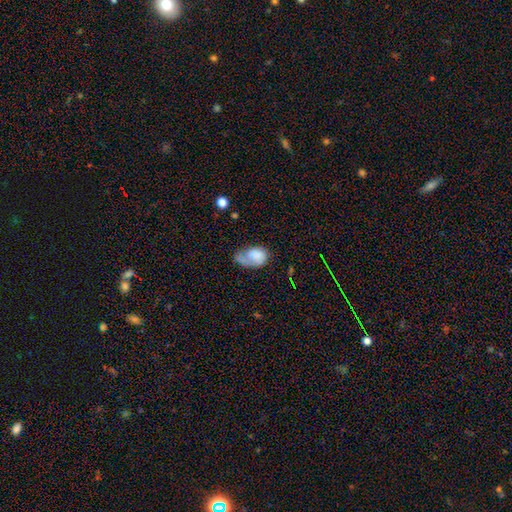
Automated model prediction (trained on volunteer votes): Smooth or featured? smooth (70%)
How rounded? in between (85%)
Merging? major disturbance (35%)